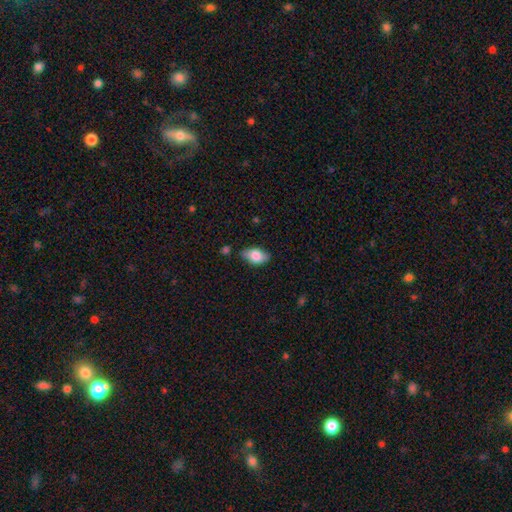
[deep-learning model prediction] This appears to be a smooth galaxy with no disk features (78%) that is in between round and cigar-shaped (89%). Merging: none (71%).